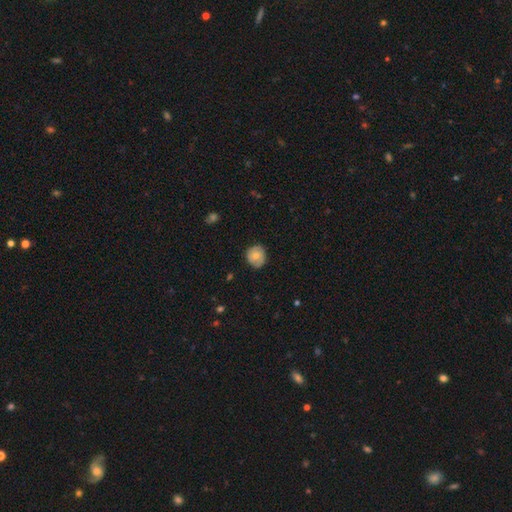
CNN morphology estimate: smooth 62%, featured or disk 30%, star or artifact 7%. Down the decision tree: how rounded — round (79%); merging — none (75%).